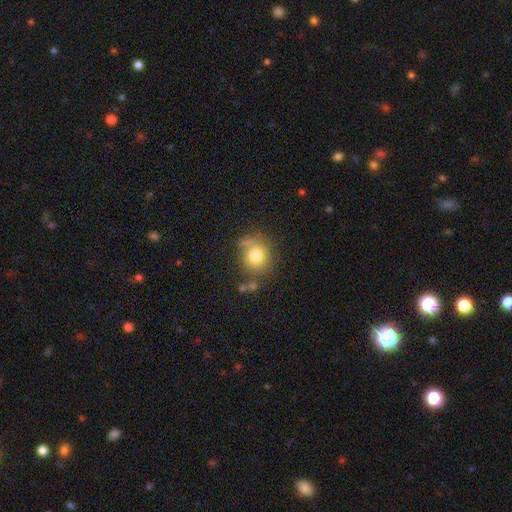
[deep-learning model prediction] smooth-or-featured: smooth: 78% | featured or disk: 12% | star or artifact: 10%
  how-rounded: round: 80% | in between: 19% | cigar-shaped: 1%
  merging: none: 65% | minor disturbance: 20% | merger: 8% | major disturbance: 7%